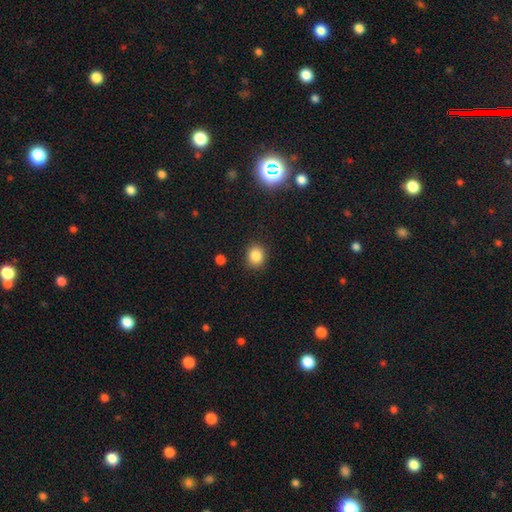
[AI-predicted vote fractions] Smooth or featured?
  - smooth: 85% *
  - star or artifact: 11%
  - featured or disk: 4%
How rounded?
  - round: 75% *
  - in between: 24%
  - cigar-shaped: 1%
Merging?
  - none: 87% *
  - minor disturbance: 9%
  - major disturbance: 3%
  - merger: 2%